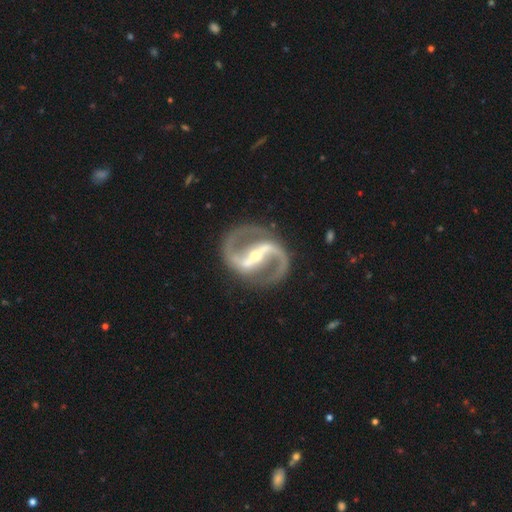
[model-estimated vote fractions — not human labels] Morphology: type=featured or disk (93%); edge-on=no (98%); bar=strong (72%); spiral arms=yes (98%); winding=medium (64%); arm count=2 (95%); bulge=small (56%); merging=none (85%).